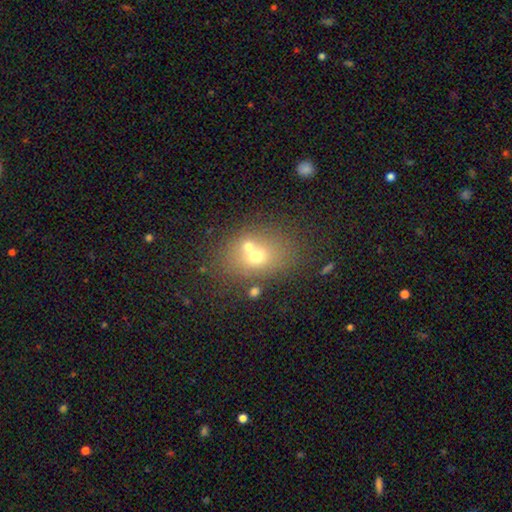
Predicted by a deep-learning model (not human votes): smooth_or_featured: smooth (p=0.61) [alt: featured or disk p=0.24]
how_rounded: in between (p=0.53) [alt: round p=0.46]
merging: none (p=0.51) [alt: merger p=0.34]